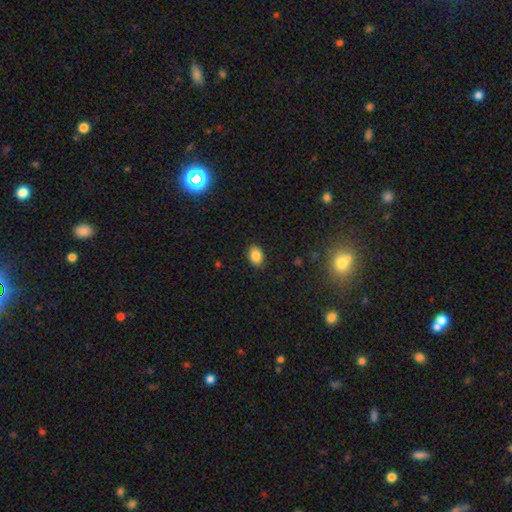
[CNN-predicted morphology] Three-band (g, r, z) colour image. It shows a smooth galaxy with no disk features (85%) that is in between round and cigar-shaped (74%). Merging: none (88%).